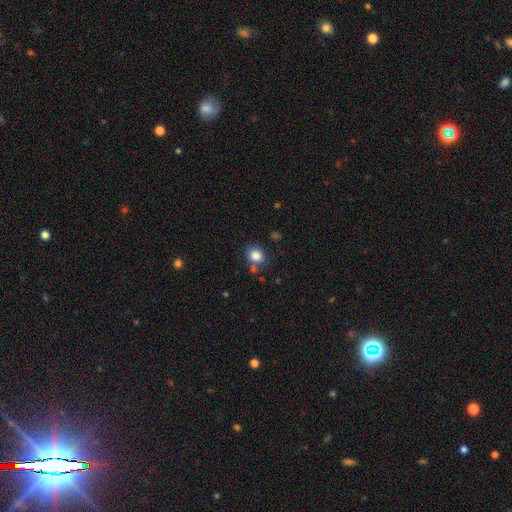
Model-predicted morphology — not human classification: Smooth or featured? Predicted: smooth (p=0.83). How rounded? Predicted: round (p=0.70). Merging? Predicted: none (p=0.71).